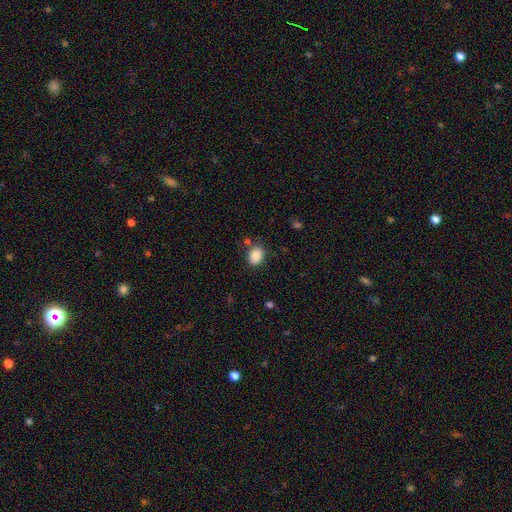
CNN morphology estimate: This appears to be a smooth galaxy with no disk features (87%) that is in between round and cigar-shaped (63%). Merging: none (76%).